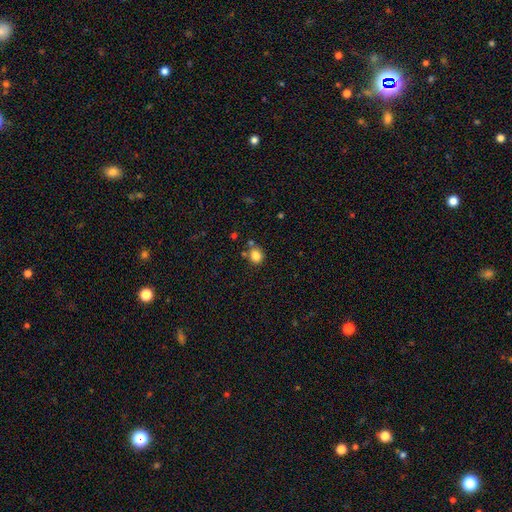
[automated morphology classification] This appears to be a smooth galaxy with no disk features (83%) that is round (67%). Merging: none (70%).